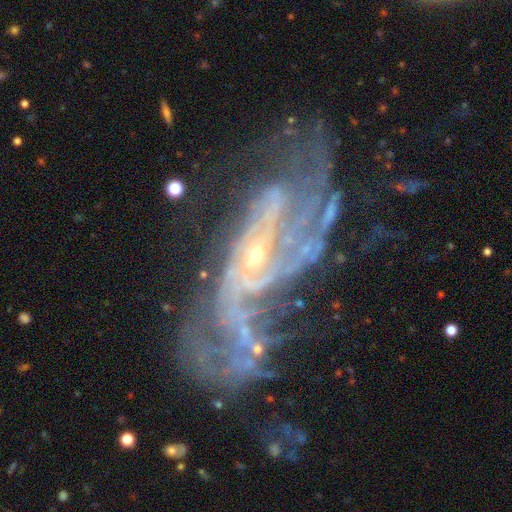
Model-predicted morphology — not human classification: This is clearly a featured or disk galaxy (85%). It is clearly not viewed edge-on (93%). Bar: possibly no (55%). Spiral arm pattern: clearly yes (90%). Spiral arm count: marginally can't tell (29%). Spiral winding: marginally medium (40%). Central bulge: likely small (80%). Merging: marginally major disturbance (36%).